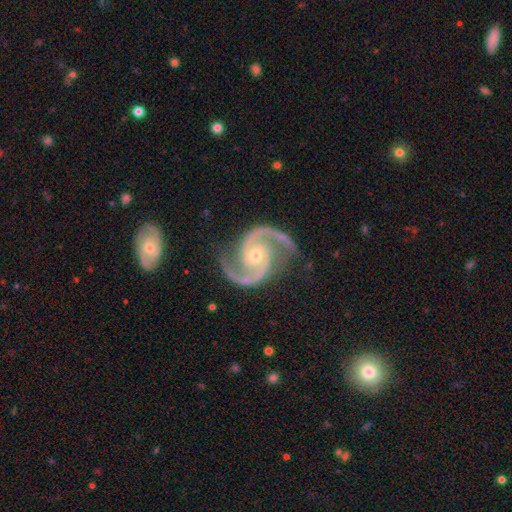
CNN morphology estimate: Overall: featured or disk (95%). Edge-on disk: no (98%). Bar: no (66%). Spiral arms: yes (99%). Spiral arm count: 2 (94%). Spiral winding: medium (66%). Bulge size: small (55%; moderate 42%). Merging: none (80%).